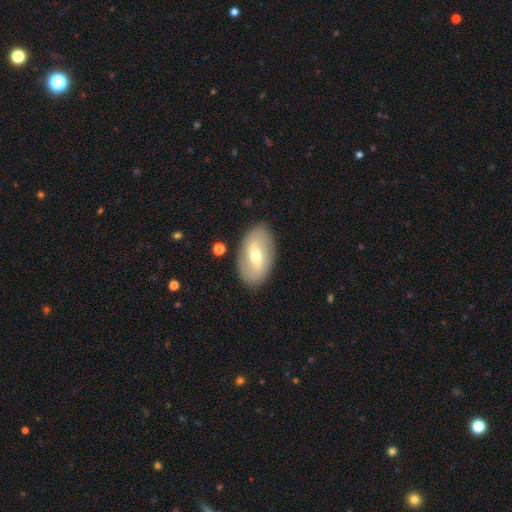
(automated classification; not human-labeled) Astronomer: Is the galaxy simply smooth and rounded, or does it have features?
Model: featured or disk — 50% (runner-up: smooth, 43%).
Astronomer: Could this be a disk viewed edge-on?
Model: no — 89%.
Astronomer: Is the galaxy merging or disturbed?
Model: none — 85%.